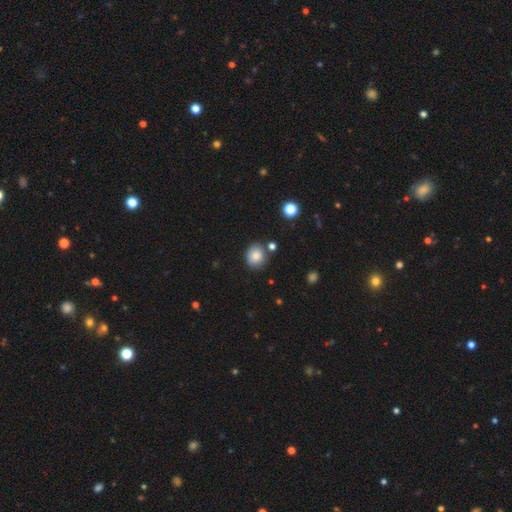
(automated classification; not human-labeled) Smooth or featured?
  - smooth: 82% *
  - star or artifact: 10%
  - featured or disk: 8%
How rounded?
  - round: 76% *
  - in between: 23%
  - cigar-shaped: 1%
Merging?
  - none: 80% *
  - minor disturbance: 11%
  - merger: 6%
  - major disturbance: 3%